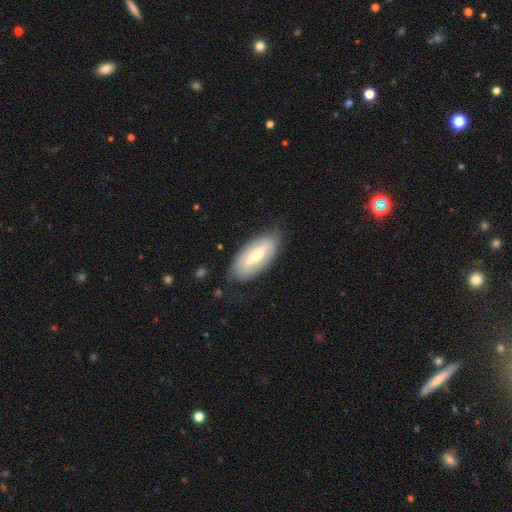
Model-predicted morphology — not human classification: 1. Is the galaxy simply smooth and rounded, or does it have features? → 60% featured or disk, 34% smooth, 5% star or artifact.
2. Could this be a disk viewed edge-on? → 80% no, 20% yes.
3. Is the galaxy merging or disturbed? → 76% none, 18% minor disturbance, 5% major disturbance, 1% merger.